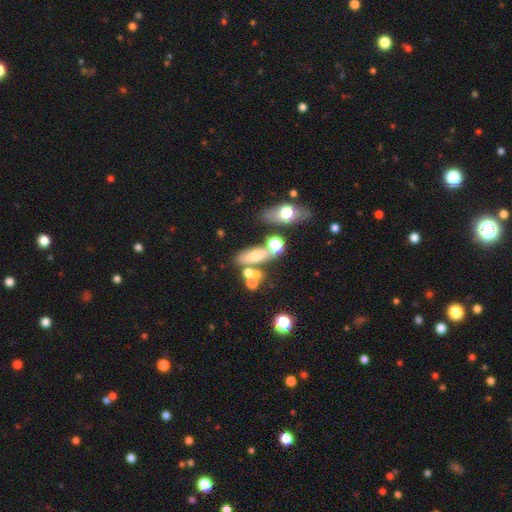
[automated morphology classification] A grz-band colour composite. It shows a smooth galaxy with no disk features (53%) that is in between round and cigar-shaped (60%). Merging: none (51%).